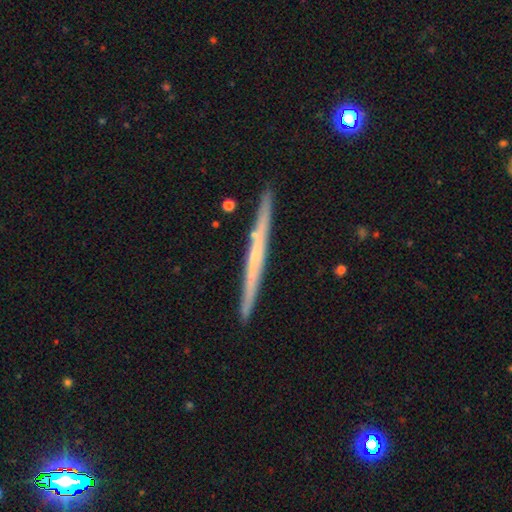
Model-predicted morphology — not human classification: Smooth or featured? Predicted: featured or disk (p=0.61). Edge-on disk? Predicted: yes (p=0.97). Edge-on bulge? Predicted: none (p=0.80). Merging? Predicted: none (p=0.90).